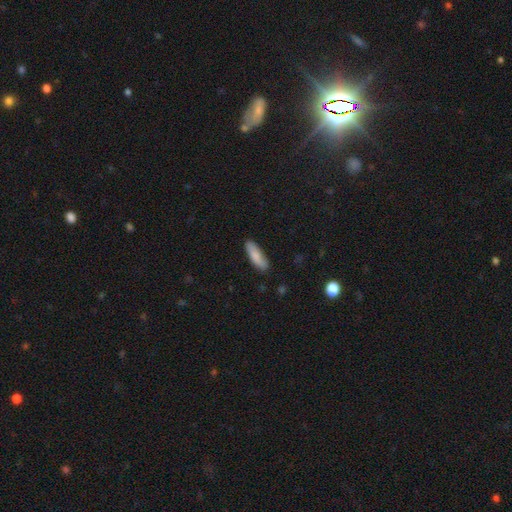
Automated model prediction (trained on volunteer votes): This appears to be a smooth galaxy with no disk features (84%) that is in between round and cigar-shaped (49%, tied with cigar-shaped). Merging: none (86%).